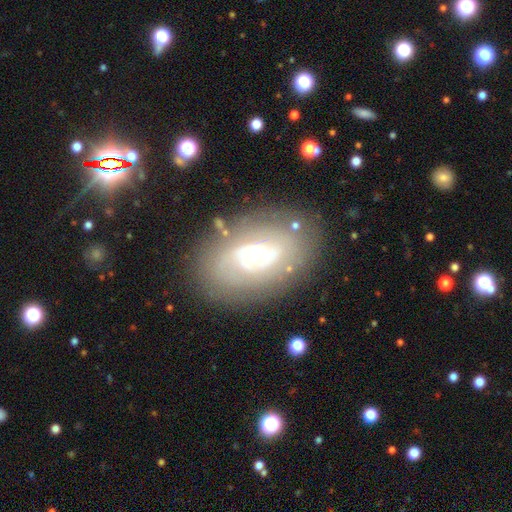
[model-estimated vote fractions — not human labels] A featured or disk galaxy (72%) with no bar (71%), 2 (45%) tight (56%) spiral arms (76%) and a small central bulge (64%). Merging: none (78%).